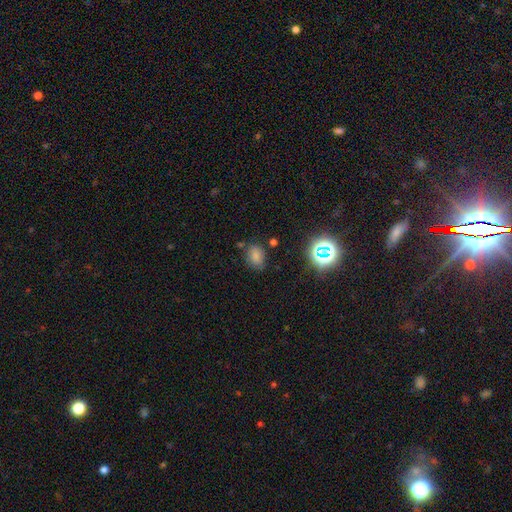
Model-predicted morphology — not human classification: This is likely a smooth galaxy (72%). How rounded: likely in between (68%). Merging: likely none (70%).